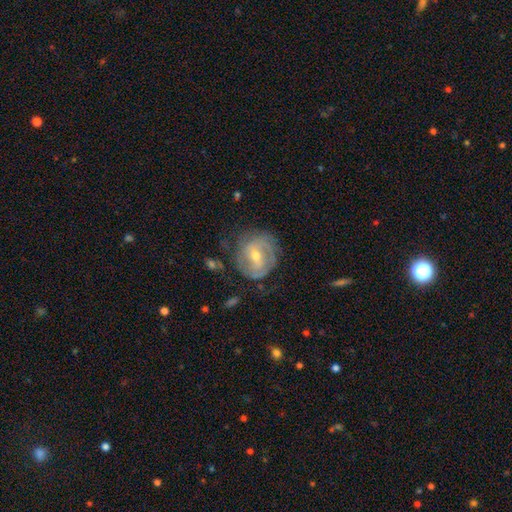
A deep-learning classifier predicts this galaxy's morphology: A featured or disk galaxy (76%) with a weak bar (48%), 2 (44%) tight (54%) spiral arms (85%) and a moderate central bulge (52%).

Vote fractions:
- Smooth or featured? featured or disk: 76% / smooth: 18% / star or artifact: 6%
- Edge-on disk? no: 97% / yes: 3%
- Bar? weak: 48% / no: 33% / strong: 19%
- Spiral arms? yes: 85% / no: 15%
- Spiral winding? tight: 54% / medium: 34% / loose: 13%
- Spiral arm count? 2: 44% / can't tell: 32% / 3: 12% / 1: 6% / 4: 3% / more than 4: 3%
- Bulge size? moderate: 52% / small: 45% / large: 2% / none: 1% / dominant: 1%
- Merging? none: 67% / minor disturbance: 21% / major disturbance: 11% / merger: 2%